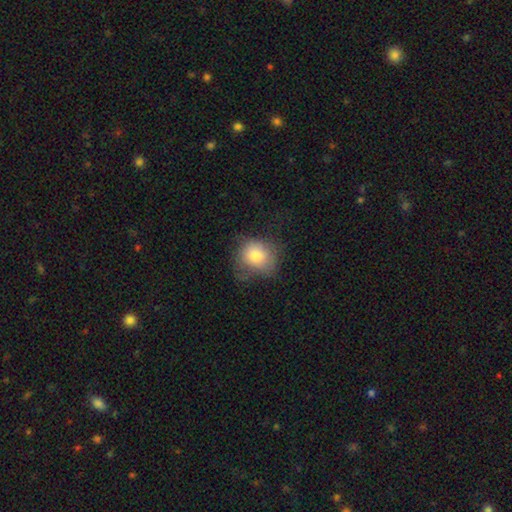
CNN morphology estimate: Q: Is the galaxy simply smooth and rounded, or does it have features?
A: smooth — 79%.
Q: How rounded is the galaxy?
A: round — 70%.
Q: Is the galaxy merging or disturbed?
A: none — 50%.